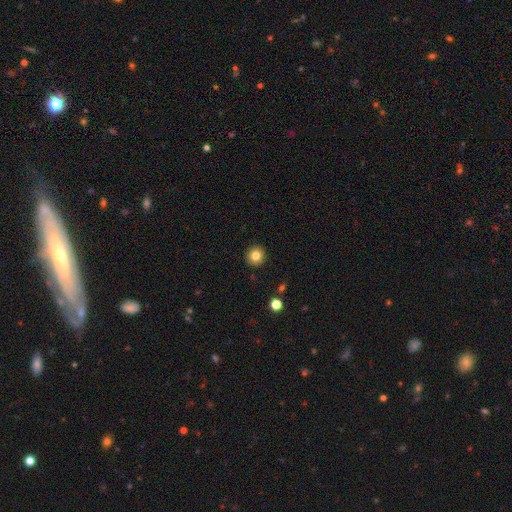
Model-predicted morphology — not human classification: type=smooth (81%); roundness=round (94%); merging=none (92%).